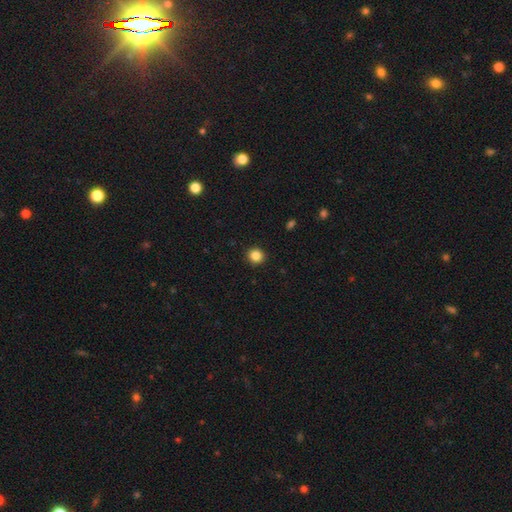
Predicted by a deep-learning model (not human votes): smooth_or_featured: smooth (p=0.85) [alt: star or artifact p=0.11]
how_rounded: round (p=0.92) [alt: in between p=0.07]
merging: none (p=0.92) [alt: minor disturbance p=0.05]